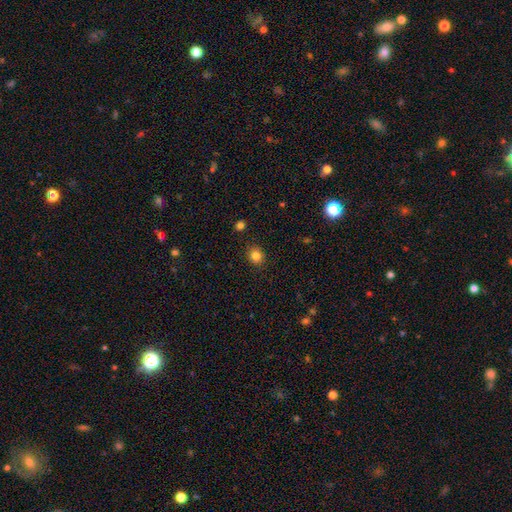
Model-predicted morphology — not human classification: This appears to be a smooth galaxy with no disk features (84%) that is round (82%). Merging: none (90%).